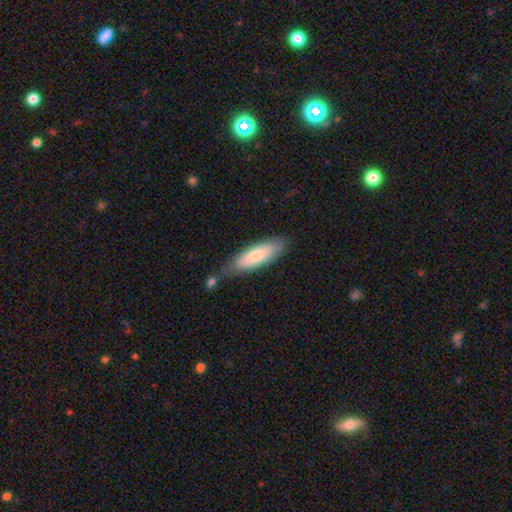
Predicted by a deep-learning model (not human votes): A smooth galaxy with no disk features (73%) that is in between round and cigar-shaped (54%). Merging: none (66%).